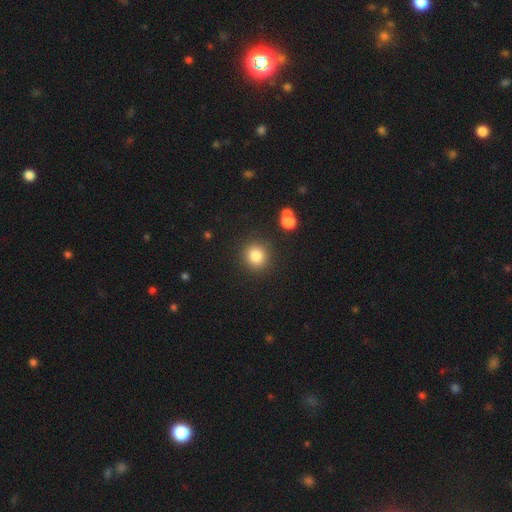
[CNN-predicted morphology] Q: Smooth or featured?
A: smooth (83%); runner-up: star or artifact (11%)
Q: How rounded?
A: round (90%); runner-up: in between (9%)
Q: Merging?
A: none (87%); runner-up: minor disturbance (7%)